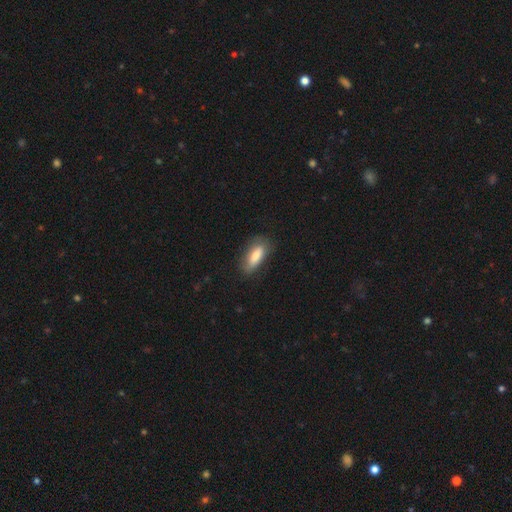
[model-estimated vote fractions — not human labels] A smooth galaxy with no disk features (82%) that is in between round and cigar-shaped (74%). Merging: none (76%).